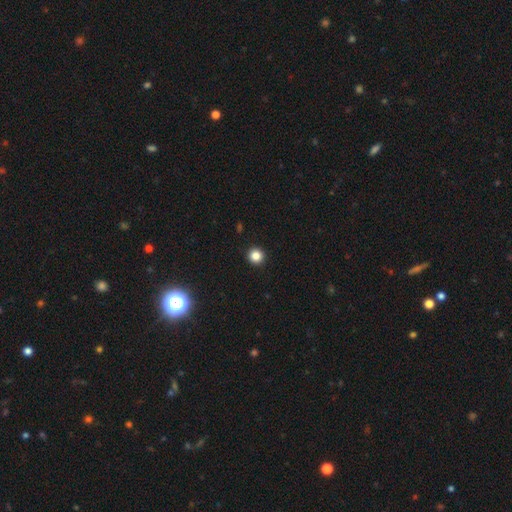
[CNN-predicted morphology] A smooth galaxy with no disk features (85%) that is round (95%).

Vote fractions:
- Smooth or featured? smooth: 85% / star or artifact: 12% / featured or disk: 4%
- How rounded? round: 95% / in between: 4% / cigar-shaped: 1%
- Merging? none: 94% / minor disturbance: 4% / major disturbance: 1% / merger: 1%